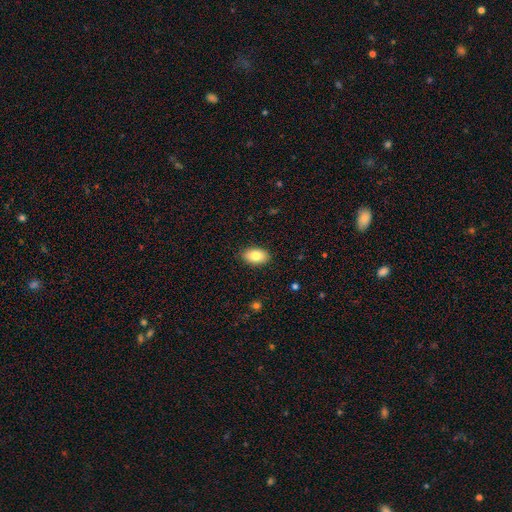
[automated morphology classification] A smooth galaxy with no disk features (82%) that is in between round and cigar-shaped (92%). Merging: none (89%).